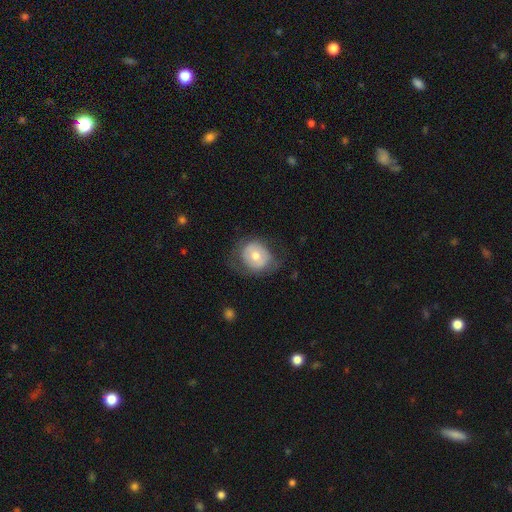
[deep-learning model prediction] A smooth galaxy with no disk features (57%) that is round (74%). Merging: none (63%).